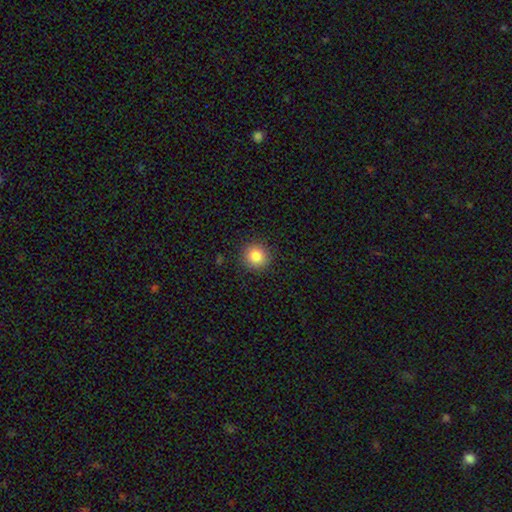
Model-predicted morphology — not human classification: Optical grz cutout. It shows a smooth galaxy with no disk features (85%) that is round (93%). Merging: none (90%).